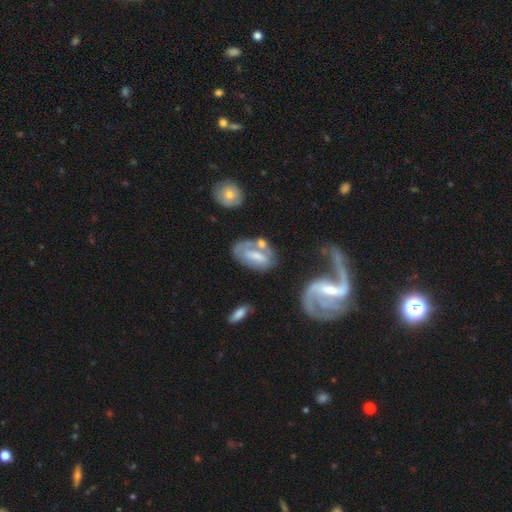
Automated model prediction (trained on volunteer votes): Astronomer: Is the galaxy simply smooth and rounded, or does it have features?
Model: featured or disk — 49% (runner-up: smooth, 43%).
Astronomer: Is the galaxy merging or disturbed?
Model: none — 45% (runner-up: minor disturbance, 23%).